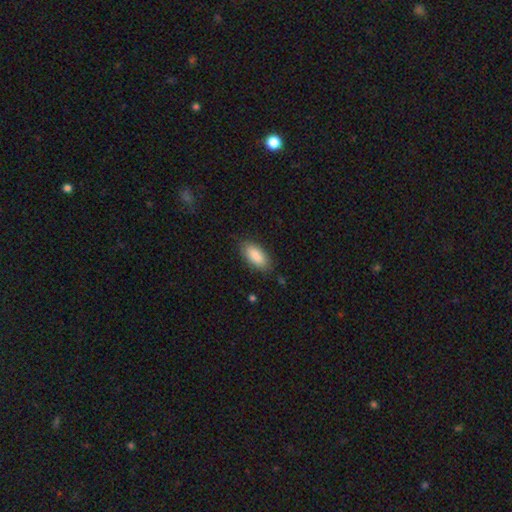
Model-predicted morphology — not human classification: smooth-or-featured: smooth: 87% | featured or disk: 7% | star or artifact: 6%
  how-rounded: in between: 90% | cigar-shaped: 8% | round: 2%
  merging: none: 82% | minor disturbance: 14% | major disturbance: 3% | merger: 1%